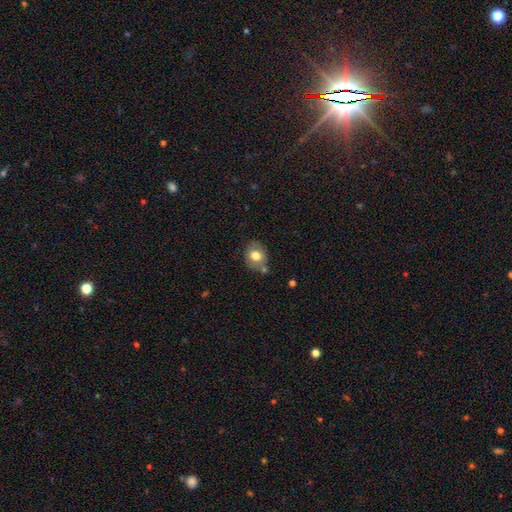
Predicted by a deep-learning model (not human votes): This is likely a smooth galaxy (74%). How rounded: possibly round (58%). Merging: likely none (69%).